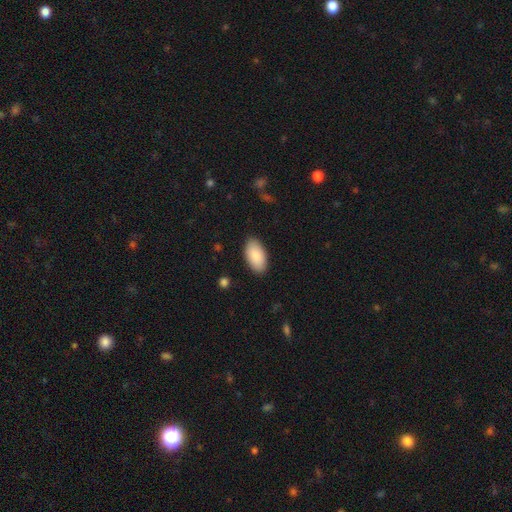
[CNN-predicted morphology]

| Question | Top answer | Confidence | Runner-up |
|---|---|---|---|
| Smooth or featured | smooth | 88% | featured or disk (6%) |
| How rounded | in between | 96% | round (2%) |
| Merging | none | 88% | minor disturbance (9%) |